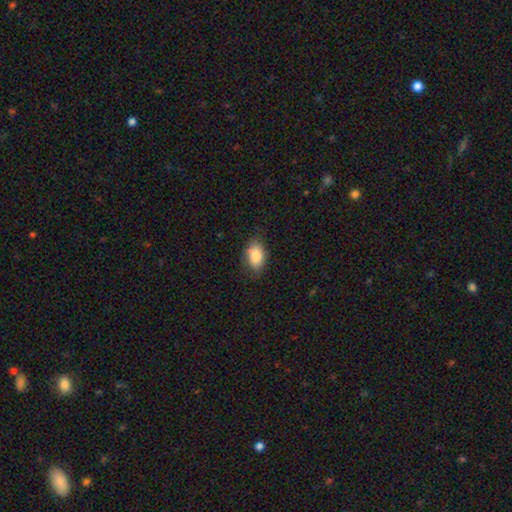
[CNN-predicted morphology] Smooth or featured?
  - smooth: 83% *
  - featured or disk: 10%
  - star or artifact: 8%
How rounded?
  - in between: 88% *
  - round: 10%
  - cigar-shaped: 2%
Merging?
  - none: 75% *
  - minor disturbance: 20%
  - major disturbance: 4%
  - merger: 1%